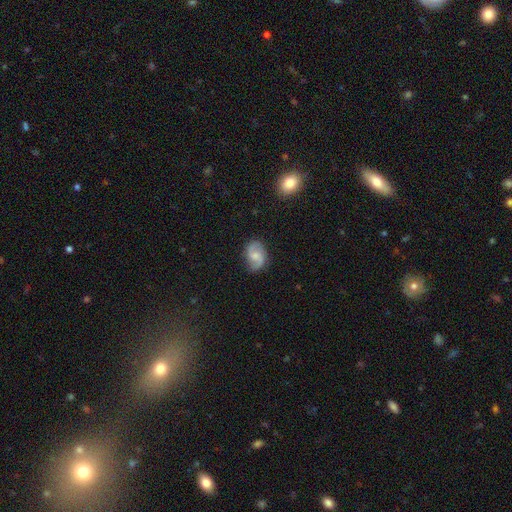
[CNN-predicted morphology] smooth-or-featured: featured or disk: 76% | smooth: 18% | star or artifact: 7%
  disk-edge-on: no: 98% | yes: 2%
    bar: weak: 47% | no: 44% | strong: 9%
    has-spiral-arms: yes: 96% | no: 4%
      spiral-winding: medium: 48% | loose: 38% | tight: 14%
      spiral-arm-count: 2: 92% | can't tell: 3% | 1: 2% | 3: 1% | 4: 1% | more than 4: 1%
    bulge-size: small: 37% | moderate: 35% | none: 22% | large: 4% | dominant: 1%
  merging: none: 81% | minor disturbance: 14% | major disturbance: 4% | merger: 1%